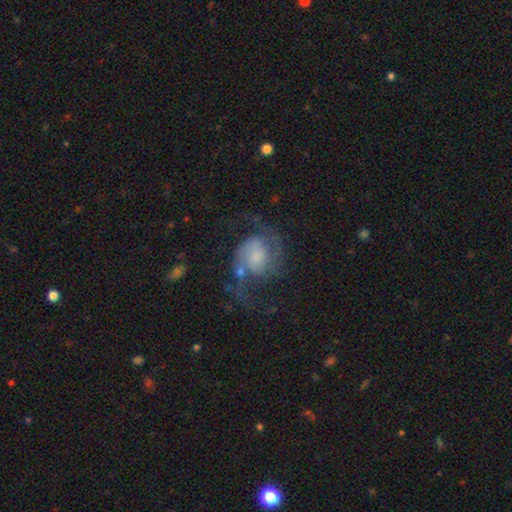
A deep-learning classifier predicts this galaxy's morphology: Smooth or featured? Predicted: featured or disk (p=0.83). Edge-on disk? Predicted: no (p=0.98). Bar? Predicted: no (p=0.58). Spiral arms? Predicted: yes (p=0.96). Spiral winding? Predicted: medium (p=0.50). Spiral arm count? Predicted: 2 (p=0.91). Bulge size? Predicted: small (p=0.38). Merging? Predicted: none (p=0.61).